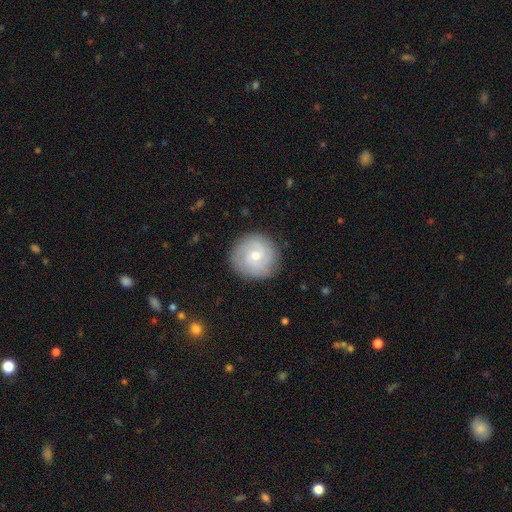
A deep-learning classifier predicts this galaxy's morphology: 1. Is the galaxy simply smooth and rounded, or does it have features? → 56% featured or disk, 37% smooth, 7% star or artifact.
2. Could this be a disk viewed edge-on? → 97% no, 3% yes.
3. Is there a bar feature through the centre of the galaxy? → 67% no, 29% weak, 4% strong.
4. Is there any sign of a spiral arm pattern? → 86% yes, 14% no.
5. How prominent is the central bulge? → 49% moderate, 47% small, 2% large, 1% none, 1% dominant.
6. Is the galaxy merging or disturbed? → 86% none, 10% minor disturbance, 3% major disturbance, 1% merger.